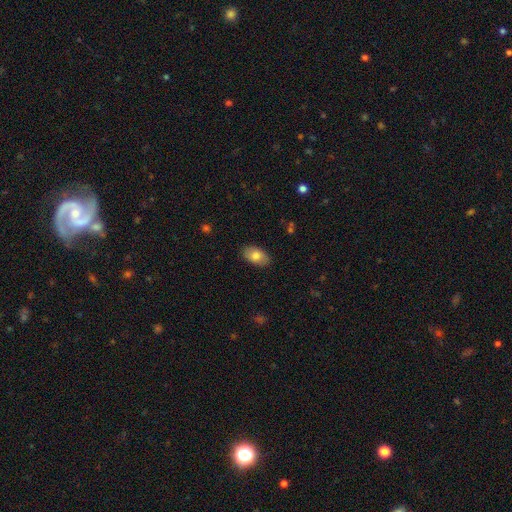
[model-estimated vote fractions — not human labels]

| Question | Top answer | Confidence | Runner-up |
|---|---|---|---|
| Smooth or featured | smooth | 80% | featured or disk (14%) |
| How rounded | in between | 93% | round (6%) |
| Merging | none | 87% | minor disturbance (10%) |